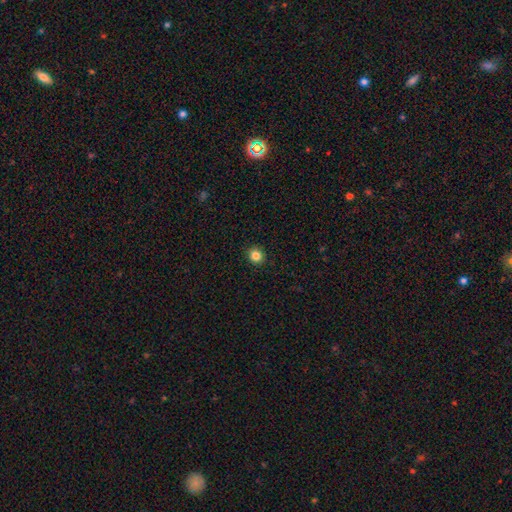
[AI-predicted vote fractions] Smooth or featured: smooth — 84% (star or artifact — 11%)
How rounded: round — 86% (in between — 13%)
Merging: none — 92% (minor disturbance — 5%)